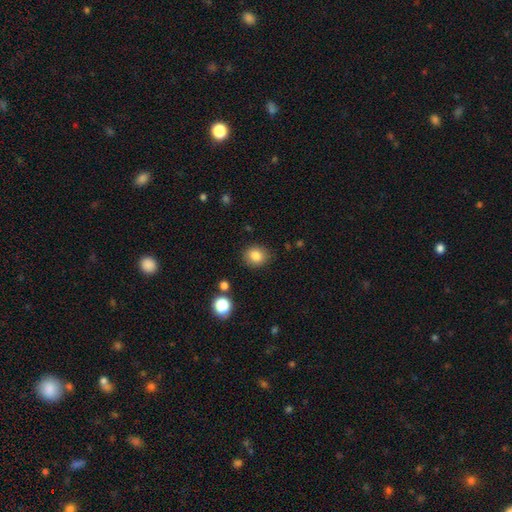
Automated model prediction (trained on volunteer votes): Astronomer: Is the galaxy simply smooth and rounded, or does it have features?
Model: smooth — 83%.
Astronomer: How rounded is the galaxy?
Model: round — 68%.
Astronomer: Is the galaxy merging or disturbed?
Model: none — 86%.